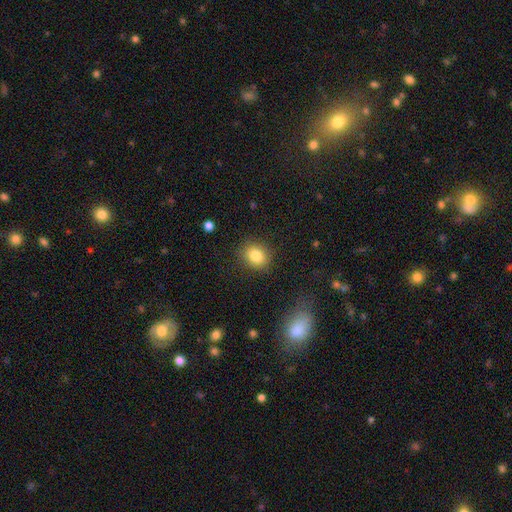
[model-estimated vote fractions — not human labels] Smooth or featured? smooth (84%)
How rounded? round (60%)
Merging? none (86%)